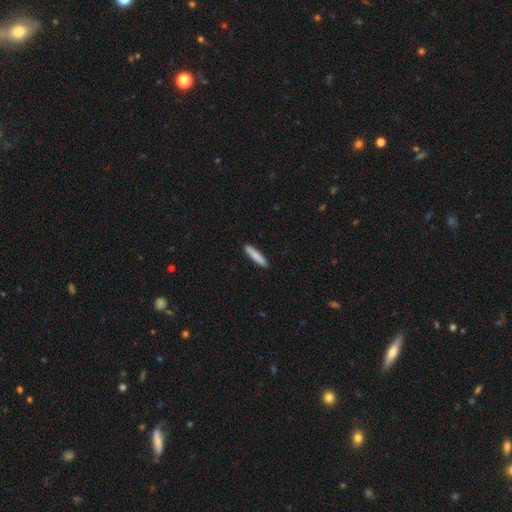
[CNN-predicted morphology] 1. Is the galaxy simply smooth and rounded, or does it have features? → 83% smooth, 11% featured or disk, 6% star or artifact.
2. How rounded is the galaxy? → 91% cigar-shaped, 8% in between, 1% round.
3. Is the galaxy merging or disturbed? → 91% none, 6% minor disturbance, 1% major disturbance, 1% merger.